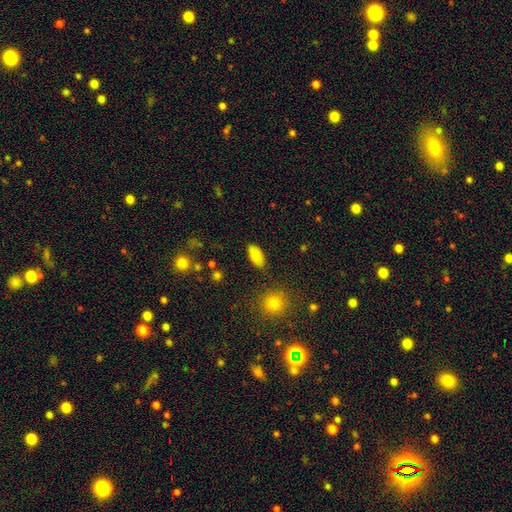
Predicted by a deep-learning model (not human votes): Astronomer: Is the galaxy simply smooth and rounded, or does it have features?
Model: smooth — 83%.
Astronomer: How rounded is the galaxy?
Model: in between — 92%.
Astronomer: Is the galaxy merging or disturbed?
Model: none — 84%.